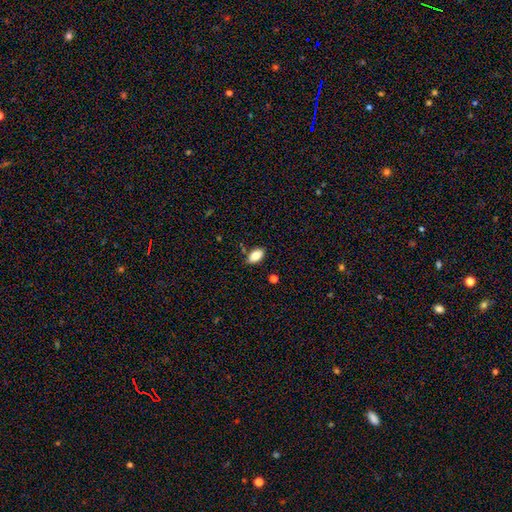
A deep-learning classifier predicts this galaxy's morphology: A smooth galaxy with no disk features (84%) that is in between round and cigar-shaped (92%).

Vote fractions:
- Smooth or featured? smooth: 84% / featured or disk: 8% / star or artifact: 8%
- How rounded? in between: 92% / round: 5% / cigar-shaped: 3%
- Merging? none: 81% / minor disturbance: 13% / merger: 3% / major disturbance: 2%